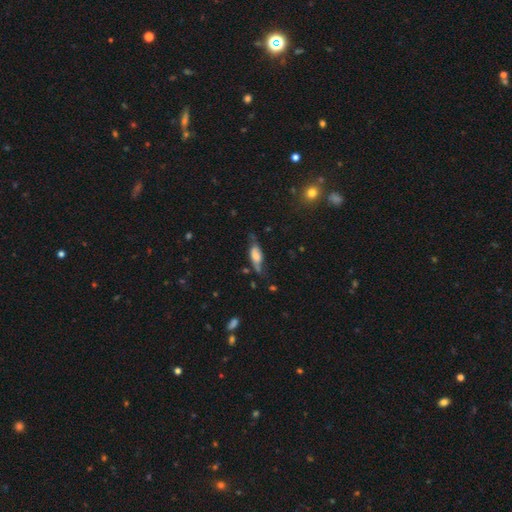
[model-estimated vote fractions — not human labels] Morphology: type=featured or disk (49%); merging=none (58%).